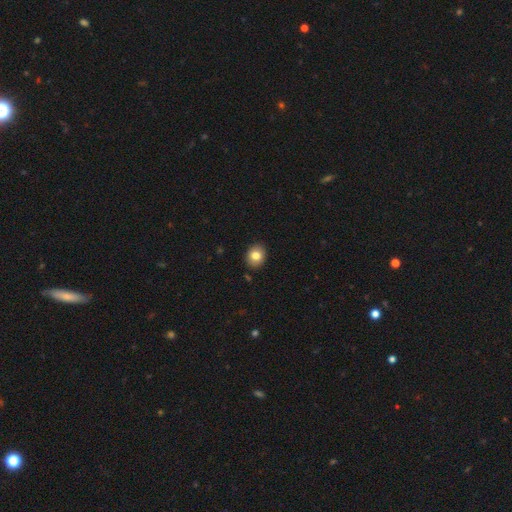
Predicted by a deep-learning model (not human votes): smooth-or-featured: smooth: 82% | star or artifact: 9% | featured or disk: 9%
  how-rounded: round: 59% | in between: 40% | cigar-shaped: 1%
  merging: none: 89% | minor disturbance: 8% | major disturbance: 2% | merger: 1%